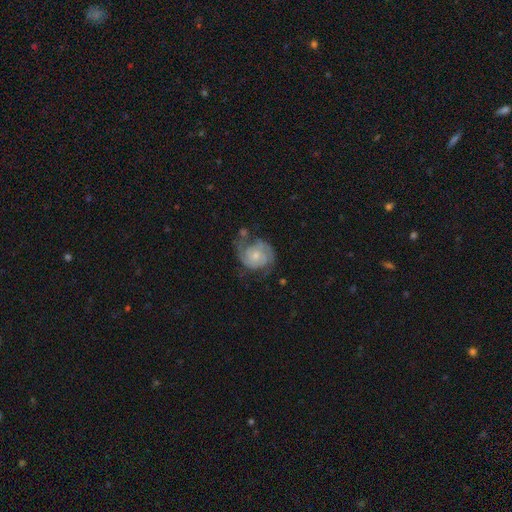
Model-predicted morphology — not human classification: type=featured or disk (84%); edge-on=no (98%); bar=no (71%); spiral arms=yes (96%); winding=tight (51%); arm count=2 (76%); bulge=small (53%); merging=none (60%).